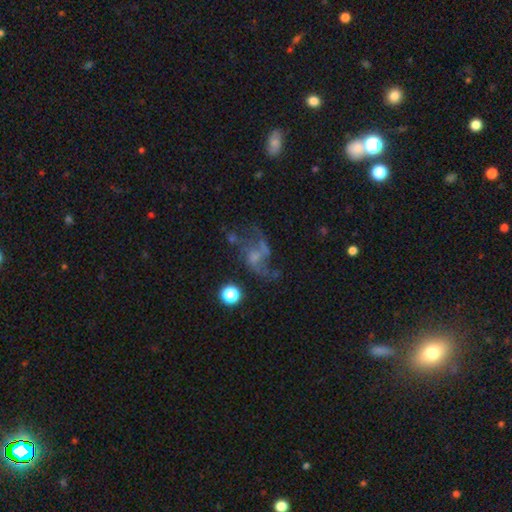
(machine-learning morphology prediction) This is likely a featured or disk galaxy (67%). It is clearly not viewed edge-on (96%). Bar: likely no (64%). Spiral arm pattern: likely yes (75%). Central bulge: marginally small (42%). Merging: marginally none (44%).